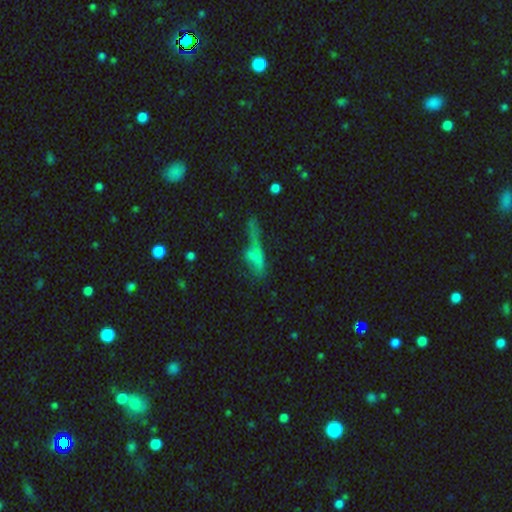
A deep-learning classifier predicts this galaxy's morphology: smooth 51%, featured or disk 27%, star or artifact 22%. Down the decision tree: how rounded — cigar-shaped (52%); merging — none (31%).